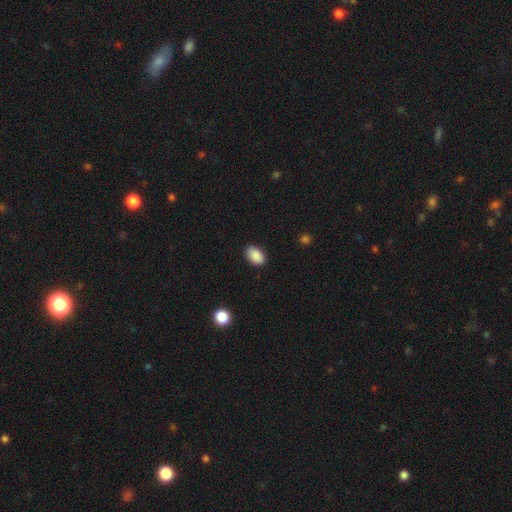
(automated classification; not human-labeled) Morphology: type=smooth (89%); roundness=in between (89%); merging=none (87%).